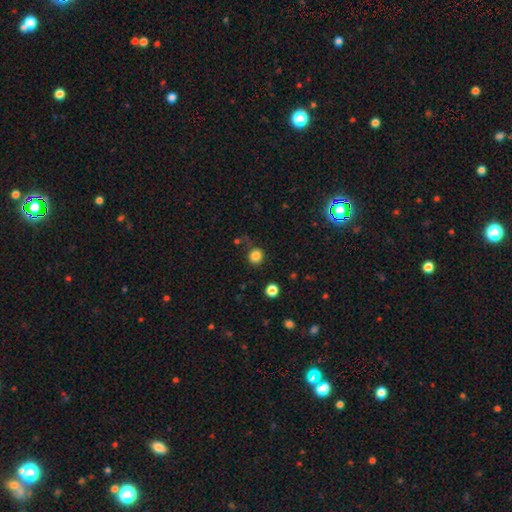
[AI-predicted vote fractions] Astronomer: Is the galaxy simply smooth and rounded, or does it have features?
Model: smooth — 84%.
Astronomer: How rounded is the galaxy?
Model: round — 88%.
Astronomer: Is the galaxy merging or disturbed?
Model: none — 81%.